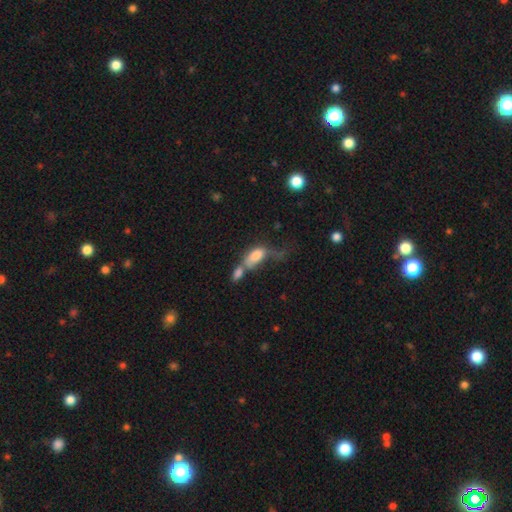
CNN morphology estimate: Smooth or featured? Predicted: smooth (p=0.71). How rounded? Predicted: in between (p=0.86). Merging? Predicted: merger (p=0.58).